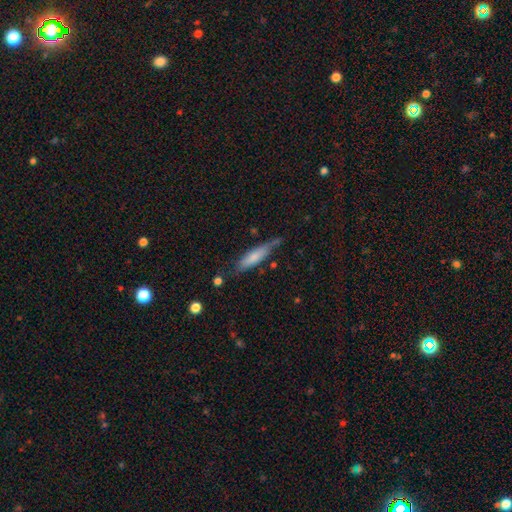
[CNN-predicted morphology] The model was most divided on "merging": none: 65%, minor disturbance: 25%, major disturbance: 6%, merger: 4%. More confident: how rounded — cigar-shaped (77%); smooth or featured — smooth (67%).